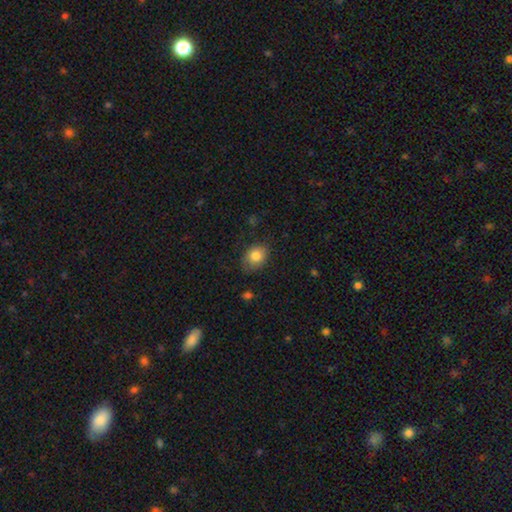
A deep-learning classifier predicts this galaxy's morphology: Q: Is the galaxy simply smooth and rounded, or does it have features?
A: smooth — 82%.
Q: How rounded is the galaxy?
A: in between — 55%.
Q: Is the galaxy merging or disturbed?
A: none — 76%.